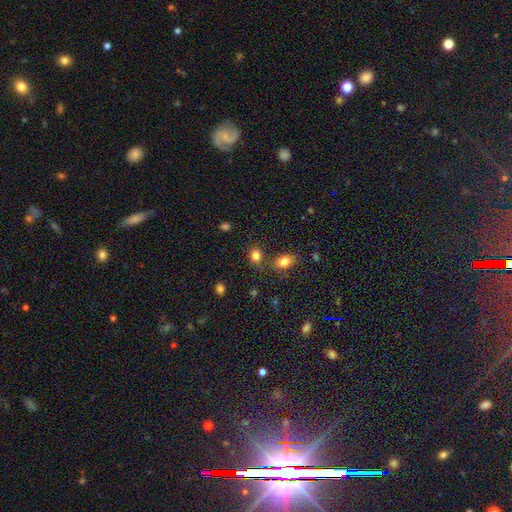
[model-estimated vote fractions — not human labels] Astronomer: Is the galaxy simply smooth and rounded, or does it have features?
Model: smooth — 82%.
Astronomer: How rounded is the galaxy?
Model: round — 63%.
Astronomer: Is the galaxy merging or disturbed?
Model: none — 72%.